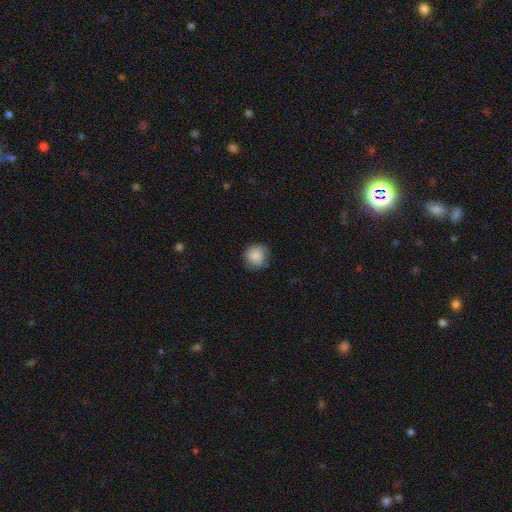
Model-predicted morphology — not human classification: This appears to be a smooth galaxy with no disk features (85%) that is round (89%). Merging: none (72%).